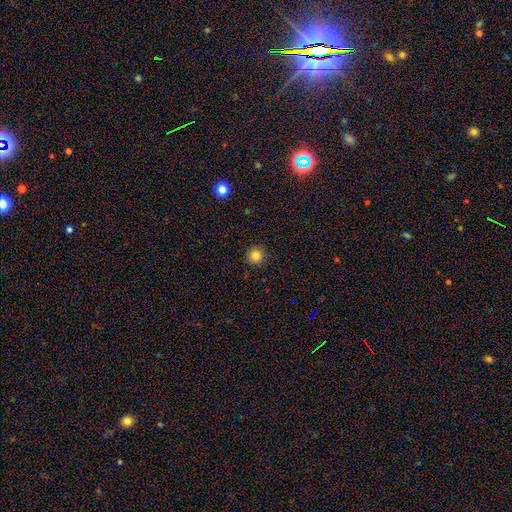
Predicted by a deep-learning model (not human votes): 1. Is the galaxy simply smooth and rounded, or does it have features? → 83% smooth, 12% star or artifact, 5% featured or disk.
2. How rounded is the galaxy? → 96% round, 4% in between, 1% cigar-shaped.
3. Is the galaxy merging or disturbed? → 92% none, 5% minor disturbance, 2% major disturbance, 1% merger.